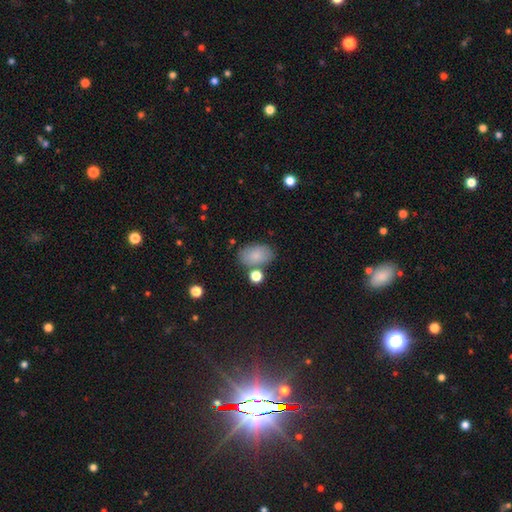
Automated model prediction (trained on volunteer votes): A smooth galaxy with no disk features (81%) that is in between round and cigar-shaped (90%).

Vote fractions:
- Smooth or featured? smooth: 81% / featured or disk: 10% / star or artifact: 8%
- How rounded? in between: 90% / round: 9% / cigar-shaped: 1%
- Merging? none: 71% / minor disturbance: 15% / merger: 9% / major disturbance: 4%